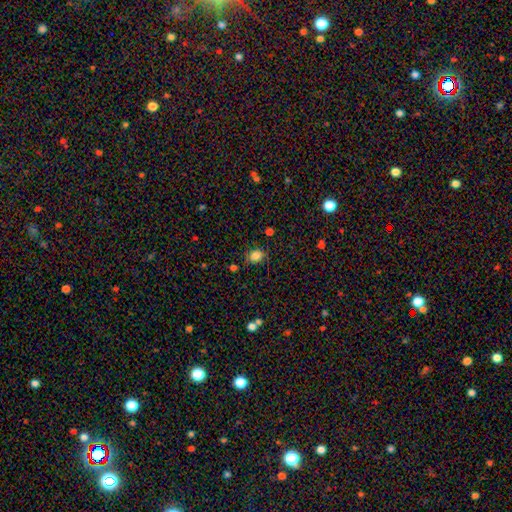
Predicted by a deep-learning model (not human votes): Smooth or featured?
  - smooth: 84% *
  - star or artifact: 11%
  - featured or disk: 5%
How rounded?
  - in between: 51% *
  - round: 48%
  - cigar-shaped: 1%
Merging?
  - none: 78% *
  - minor disturbance: 16%
  - major disturbance: 4%
  - merger: 2%